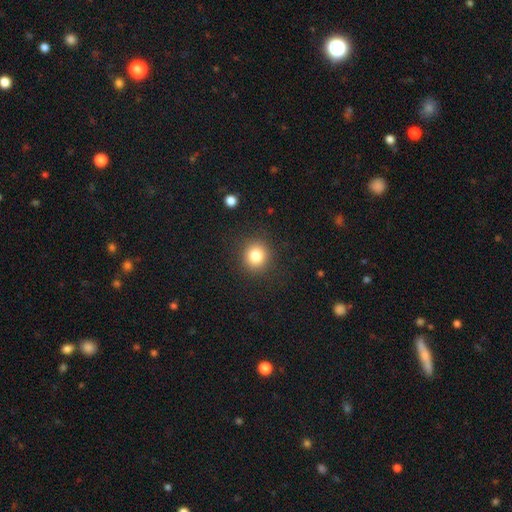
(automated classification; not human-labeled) smooth 81%, star or artifact 12%, featured or disk 7%. Down the decision tree: how rounded — round (88%); merging — none (90%).